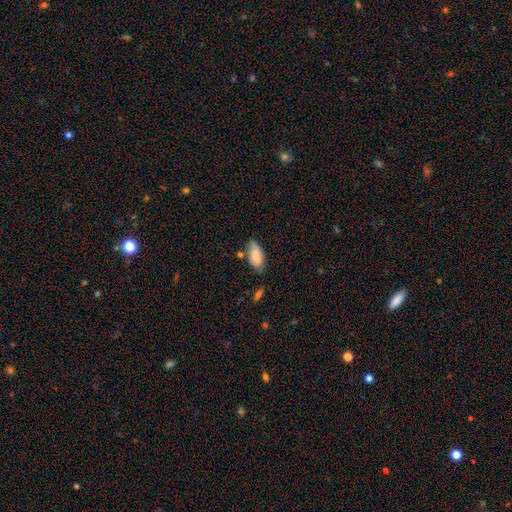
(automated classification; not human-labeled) The model was most divided on "merging": none: 54%, minor disturbance: 32%, major disturbance: 7%, merger: 7%. More confident: how rounded — in between (89%); smooth or featured — smooth (76%).